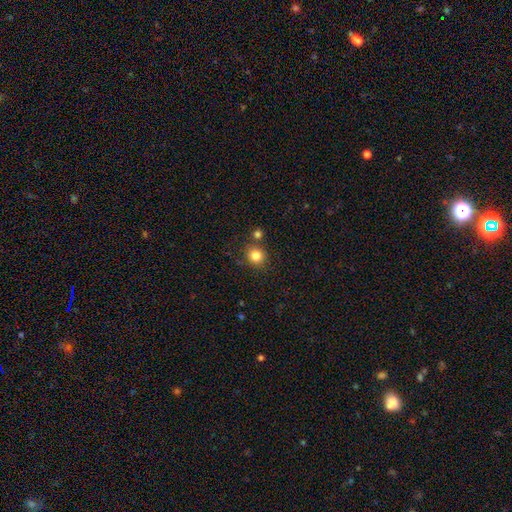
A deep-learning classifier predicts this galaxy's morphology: Smooth or featured? Predicted: smooth (p=0.82). How rounded? Predicted: round (p=0.88). Merging? Predicted: none (p=0.79).